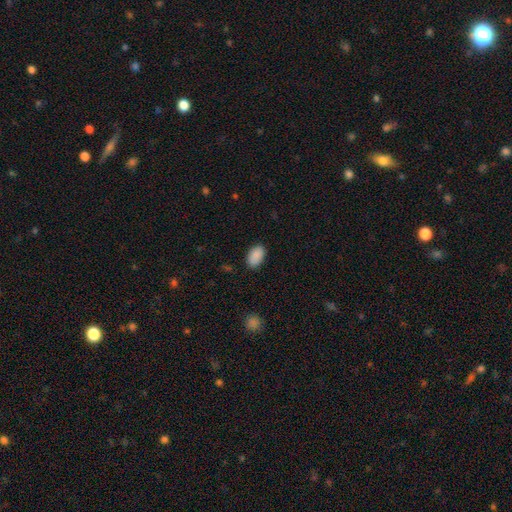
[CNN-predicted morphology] This appears to be a smooth galaxy with no disk features (90%) that is in between round and cigar-shaped (93%). Merging: none (86%).